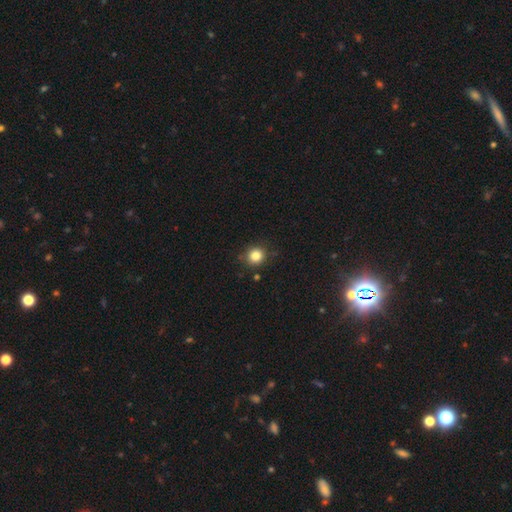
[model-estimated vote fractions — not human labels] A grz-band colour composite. It shows a smooth galaxy with no disk features (84%) that is round (88%). Merging: none (84%).